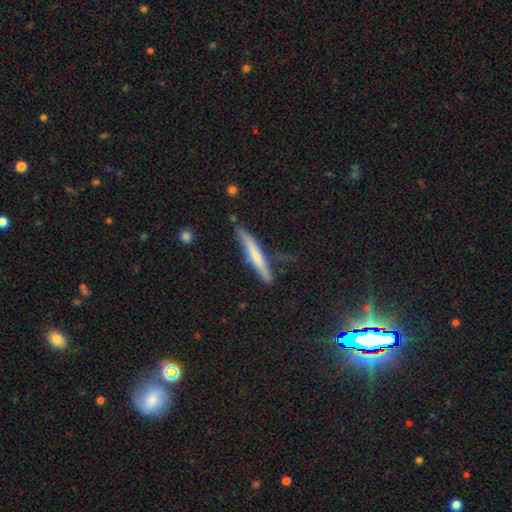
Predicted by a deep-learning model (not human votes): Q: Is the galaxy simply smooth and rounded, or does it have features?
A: smooth — 48%.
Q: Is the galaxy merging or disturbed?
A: none — 75%.